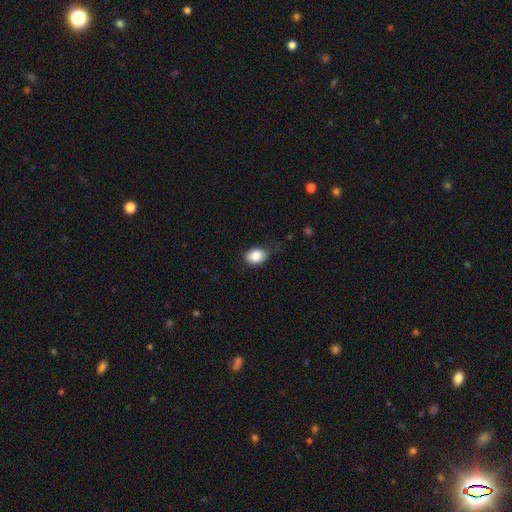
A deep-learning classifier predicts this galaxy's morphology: smooth-or-featured: smooth: 85% | star or artifact: 8% | featured or disk: 7%
  how-rounded: in between: 78% | round: 21% | cigar-shaped: 1%
  merging: none: 69% | minor disturbance: 24% | major disturbance: 6% | merger: 1%